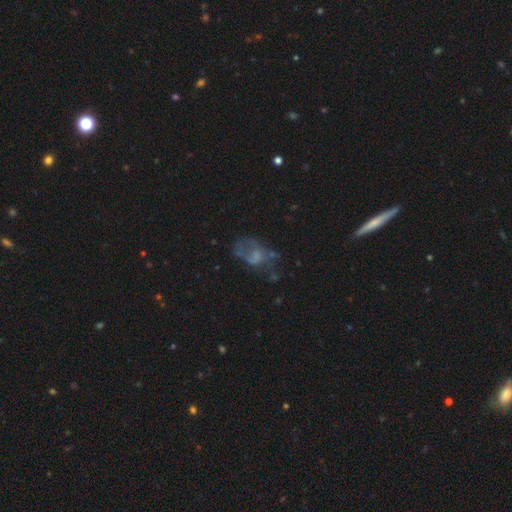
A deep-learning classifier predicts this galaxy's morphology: A featured or disk galaxy (47%).

Vote fractions:
- Smooth or featured? featured or disk: 47% / smooth: 36% / star or artifact: 17%
- Merging? none: 37% / major disturbance: 35% / minor disturbance: 22% / merger: 6%